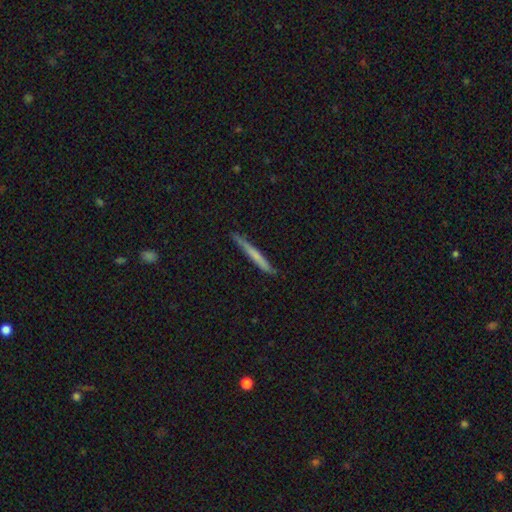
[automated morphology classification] Smooth or featured: smooth — 57% (featured or disk — 37%)
How rounded: cigar-shaped — 96% (in between — 2%)
Merging: none — 85% (minor disturbance — 12%)